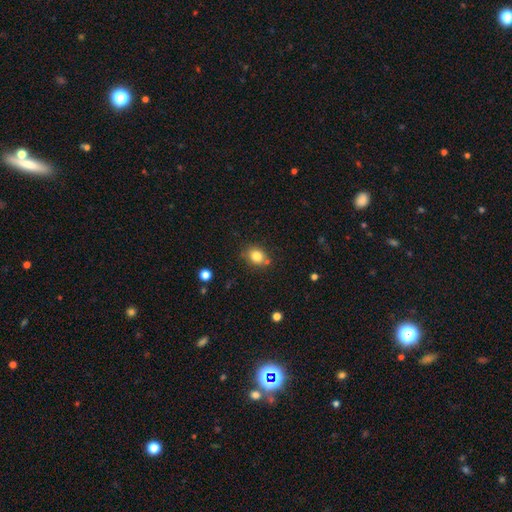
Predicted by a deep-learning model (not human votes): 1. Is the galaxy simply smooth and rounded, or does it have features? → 82% smooth, 11% star or artifact, 7% featured or disk.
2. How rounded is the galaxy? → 59% round, 40% in between, 1% cigar-shaped.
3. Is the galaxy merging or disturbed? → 76% none, 13% minor disturbance, 8% merger, 3% major disturbance.